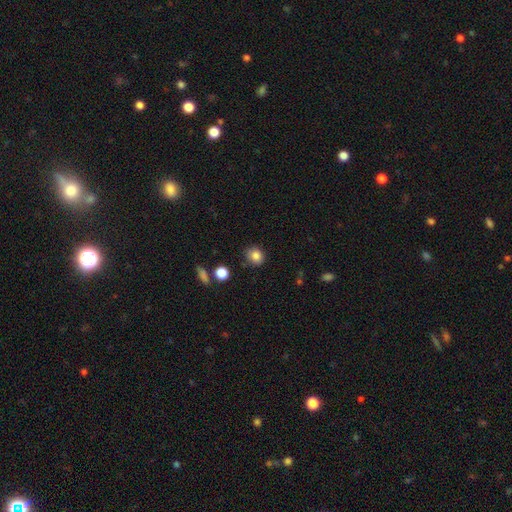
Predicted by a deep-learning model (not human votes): smooth 84%, star or artifact 10%, featured or disk 6%. Down the decision tree: how rounded — round (73%); merging — none (79%).